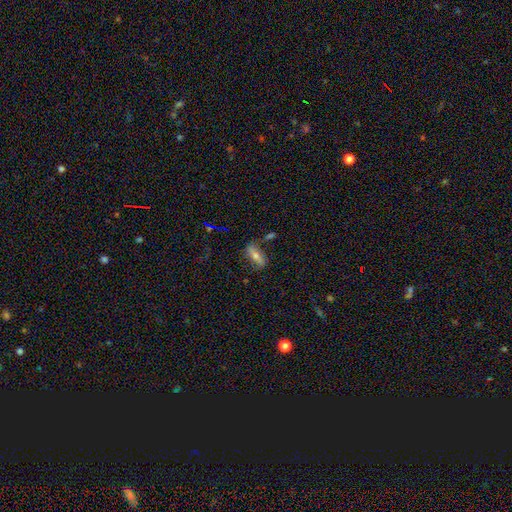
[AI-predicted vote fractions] Smooth or featured: smooth — 48% (featured or disk — 38%)
Merging: none — 70% (minor disturbance — 17%)